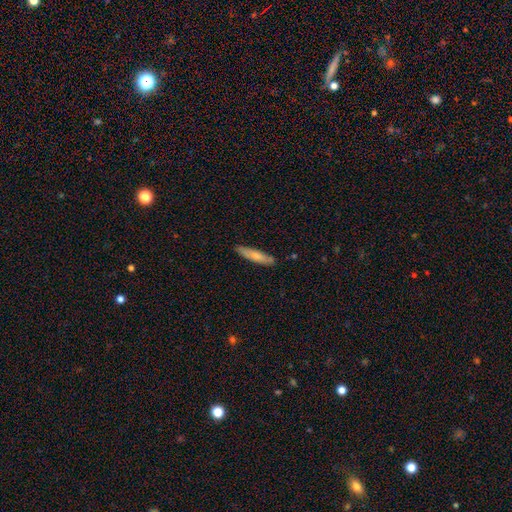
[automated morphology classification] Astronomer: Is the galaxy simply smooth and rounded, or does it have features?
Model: smooth — 68%.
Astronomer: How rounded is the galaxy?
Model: cigar-shaped — 83%.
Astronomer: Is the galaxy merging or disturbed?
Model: none — 86%.